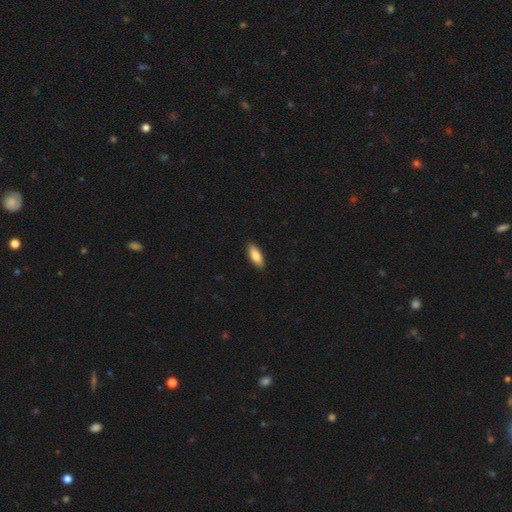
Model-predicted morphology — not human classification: A smooth galaxy with no disk features (83%) that is in between round and cigar-shaped (74%). Merging: none (90%).